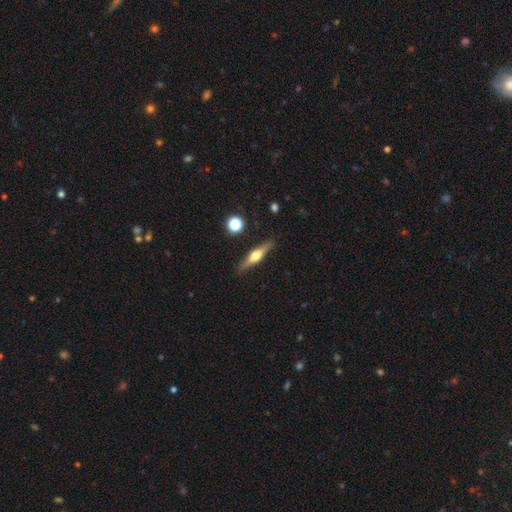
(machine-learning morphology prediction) Q: Smooth or featured?
A: featured or disk (63%); runner-up: smooth (31%)
Q: Edge-on disk?
A: yes (96%); runner-up: no (4%)
Q: Edge-on bulge?
A: rounded (93%); runner-up: boxy (4%)
Q: Merging?
A: none (88%); runner-up: minor disturbance (8%)